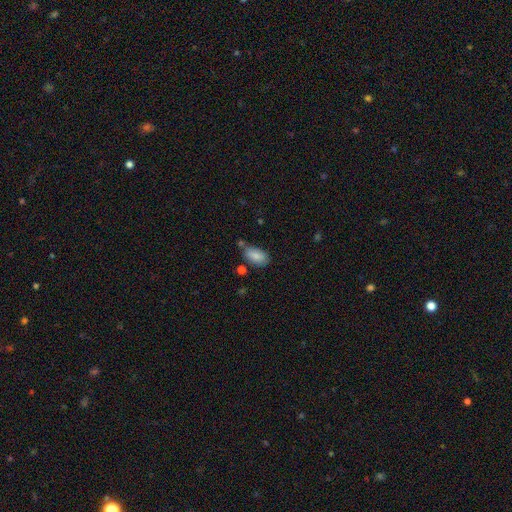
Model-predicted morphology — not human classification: Smooth or featured? Predicted: smooth (p=0.84). How rounded? Predicted: in between (p=0.93). Merging? Predicted: none (p=0.64).